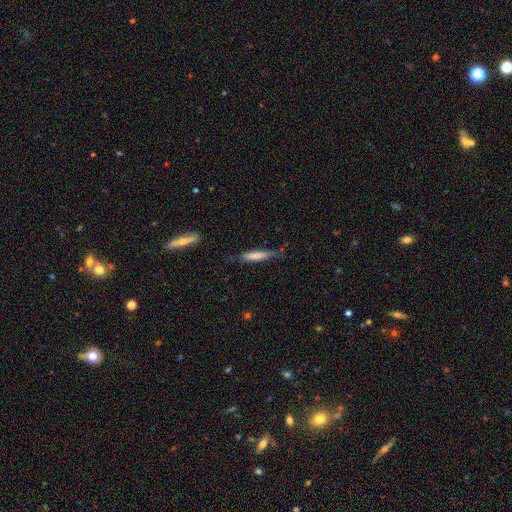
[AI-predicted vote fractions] Smooth or featured? smooth (69%)
How rounded? cigar-shaped (89%)
Merging? none (70%)